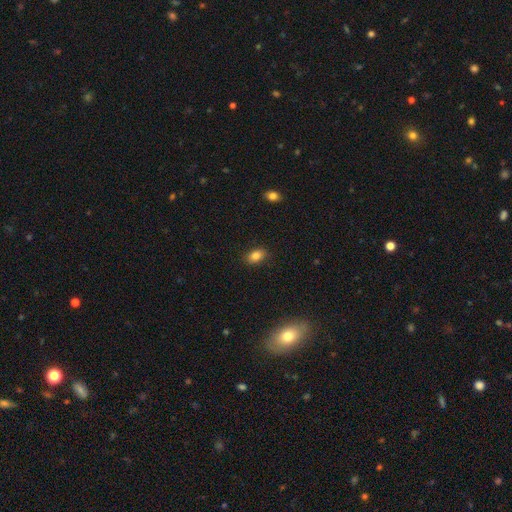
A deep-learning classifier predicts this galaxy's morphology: Smooth or featured?
  - smooth: 84% *
  - star or artifact: 10%
  - featured or disk: 6%
How rounded?
  - in between: 84% *
  - round: 14%
  - cigar-shaped: 2%
Merging?
  - none: 87% *
  - minor disturbance: 10%
  - major disturbance: 2%
  - merger: 1%